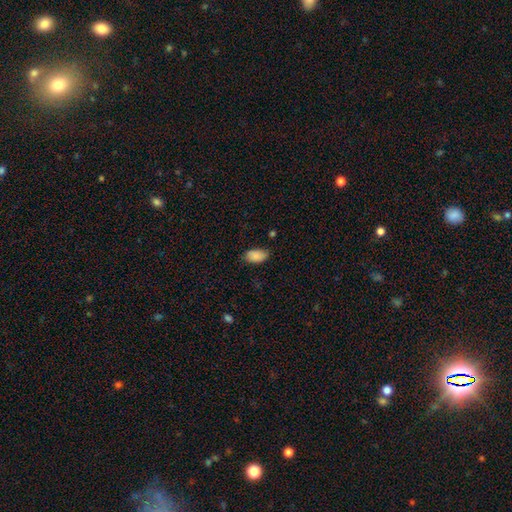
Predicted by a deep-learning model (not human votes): Smooth or featured? smooth (88%)
How rounded? in between (94%)
Merging? none (74%)